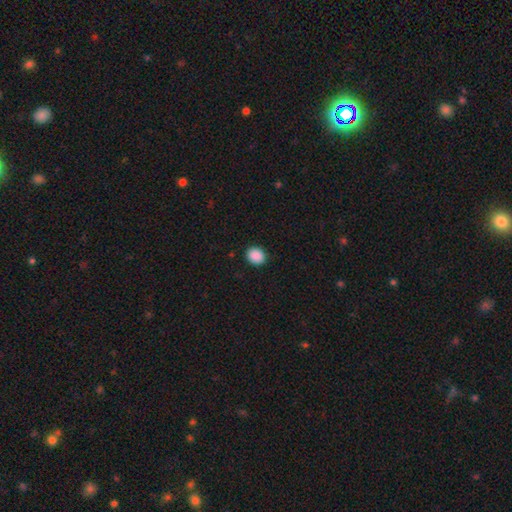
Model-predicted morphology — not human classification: A smooth galaxy with no disk features (90%) that is round (61%). Merging: none (91%).